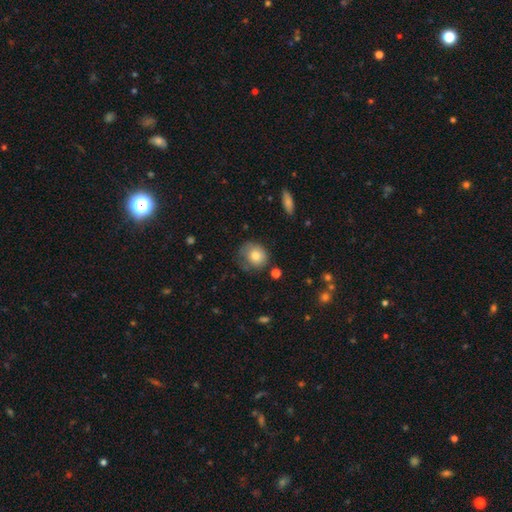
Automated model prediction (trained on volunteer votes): Smooth or featured? Predicted: smooth (p=0.78). How rounded? Predicted: round (p=0.76). Merging? Predicted: none (p=0.58).